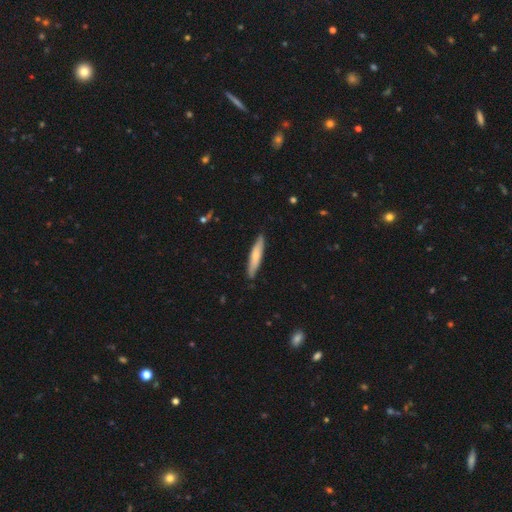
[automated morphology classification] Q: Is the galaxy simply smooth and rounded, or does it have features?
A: smooth — 63%.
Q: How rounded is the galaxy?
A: cigar-shaped — 88%.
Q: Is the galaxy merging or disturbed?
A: none — 87%.